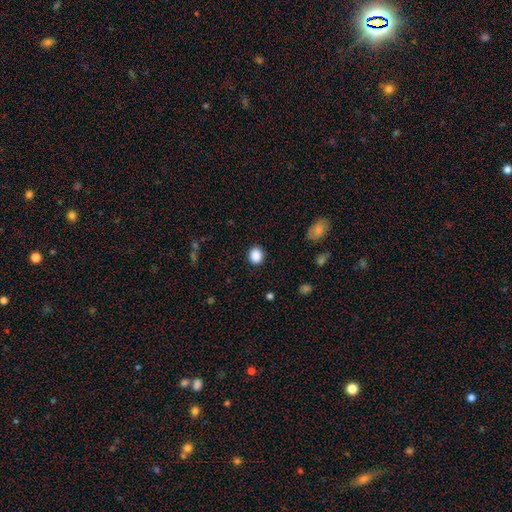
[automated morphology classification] Smooth or featured? smooth (88%)
How rounded? round (64%)
Merging? none (89%)